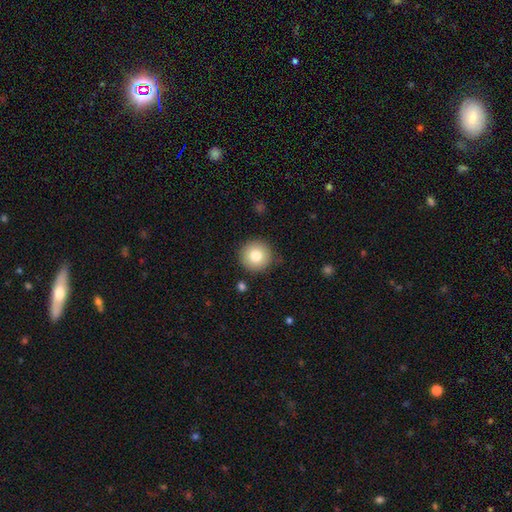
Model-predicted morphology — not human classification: Smooth or featured? Predicted: smooth (p=0.80). How rounded? Predicted: round (p=0.95). Merging? Predicted: none (p=0.89).